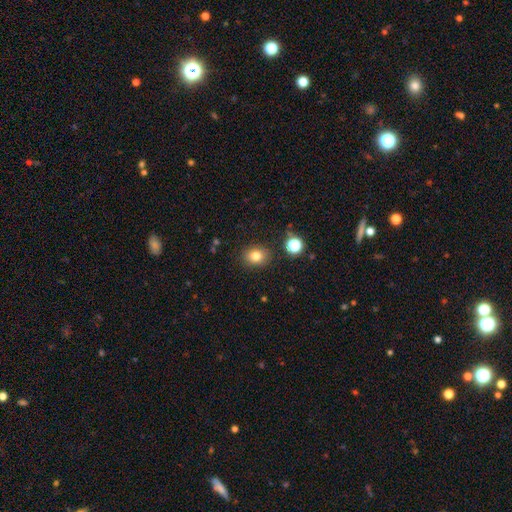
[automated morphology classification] A smooth galaxy with no disk features (80%) that is round (62%).

Vote fractions:
- Smooth or featured? smooth: 80% / star or artifact: 13% / featured or disk: 7%
- How rounded? round: 62% / in between: 37% / cigar-shaped: 1%
- Merging? none: 86% / minor disturbance: 9% / merger: 3% / major disturbance: 3%